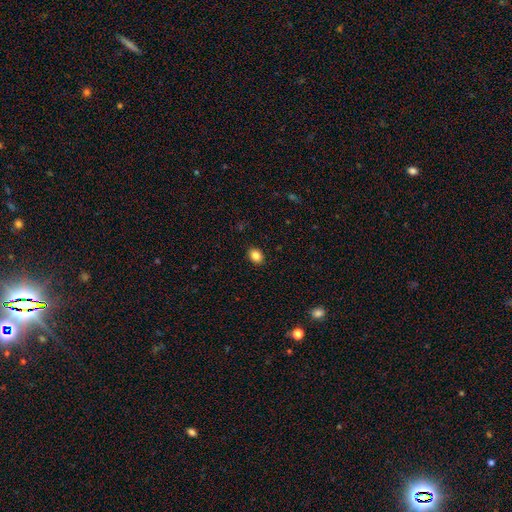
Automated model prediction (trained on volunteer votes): The model was most divided on "how rounded": in between: 57%, round: 42%, cigar-shaped: 1%. More confident: merging — none (90%); smooth or featured — smooth (86%).